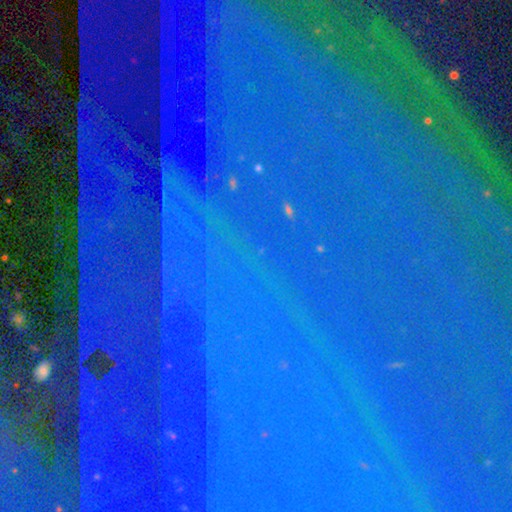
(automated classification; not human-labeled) The model was most divided on "smooth or featured": star or artifact: 86%, smooth: 7%, featured or disk: 7%.